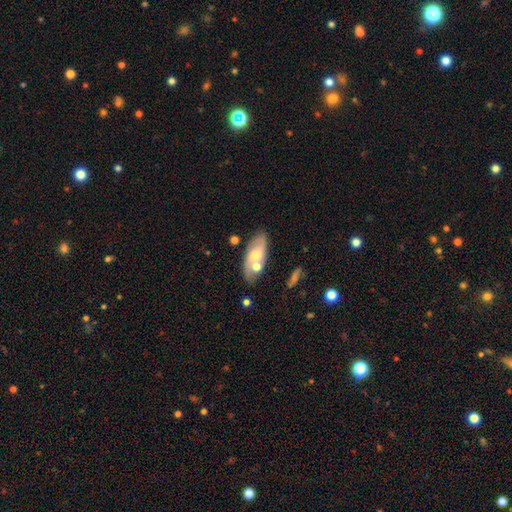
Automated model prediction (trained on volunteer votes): Smooth or featured?
  - smooth: 49% *
  - featured or disk: 44%
  - star or artifact: 6%
Merging?
  - none: 65% *
  - merger: 16%
  - minor disturbance: 15%
  - major disturbance: 4%